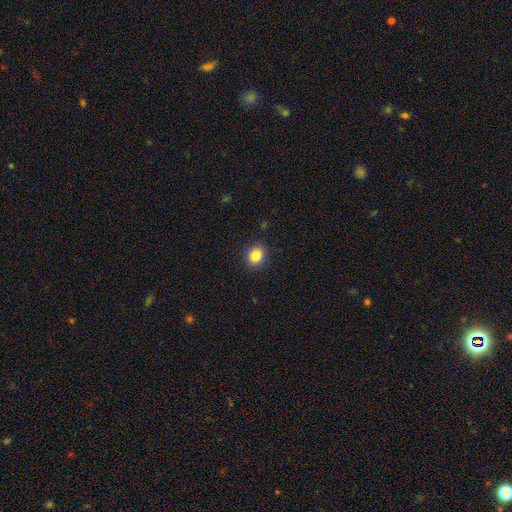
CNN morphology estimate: type=smooth (85%); roundness=round (62%); merging=none (91%).